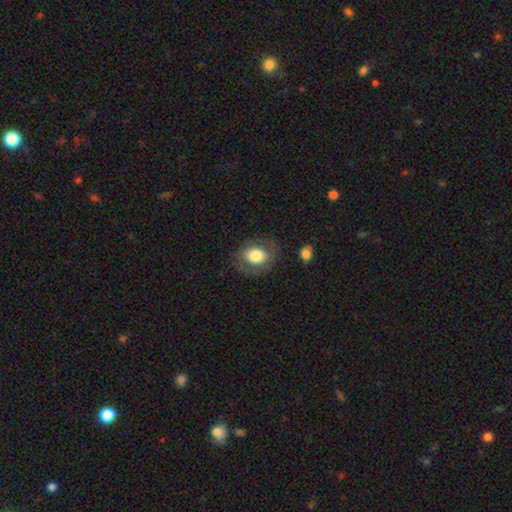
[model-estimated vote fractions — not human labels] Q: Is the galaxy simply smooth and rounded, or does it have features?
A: smooth — 71%.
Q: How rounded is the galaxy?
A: in between — 54%.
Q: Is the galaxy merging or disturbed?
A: none — 75%.